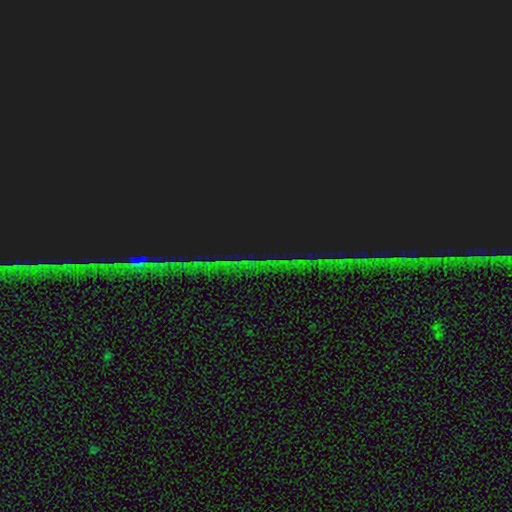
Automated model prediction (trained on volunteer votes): Smooth or featured?
  - star or artifact: 86% *
  - featured or disk: 7%
  - smooth: 7%